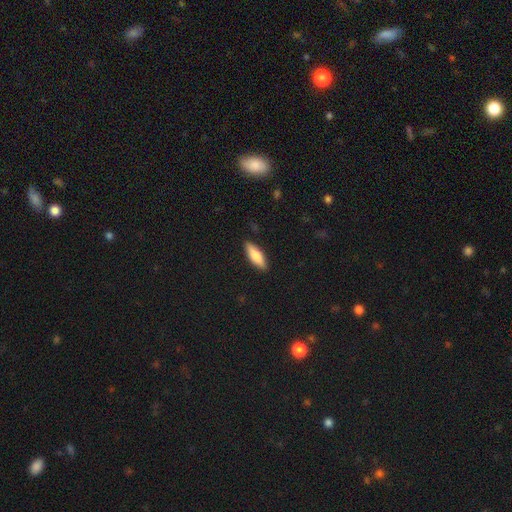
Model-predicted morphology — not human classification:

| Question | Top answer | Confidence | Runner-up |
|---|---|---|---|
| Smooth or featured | smooth | 76% | featured or disk (18%) |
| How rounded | in between | 53% | cigar-shaped (45%) |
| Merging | none | 88% | minor disturbance (9%) |